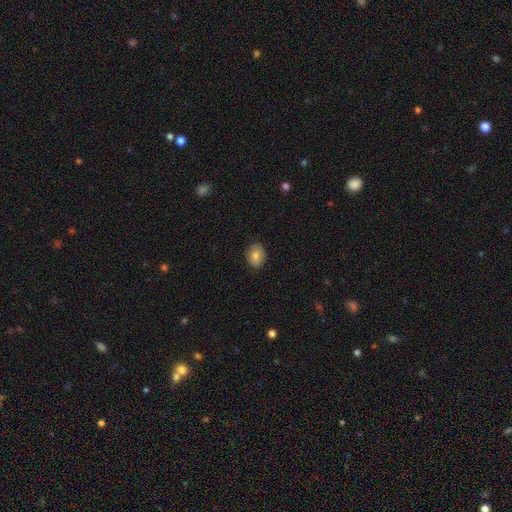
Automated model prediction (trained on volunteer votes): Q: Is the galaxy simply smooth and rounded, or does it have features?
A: smooth — 80%.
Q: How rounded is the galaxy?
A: in between — 65%.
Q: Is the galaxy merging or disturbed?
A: none — 88%.